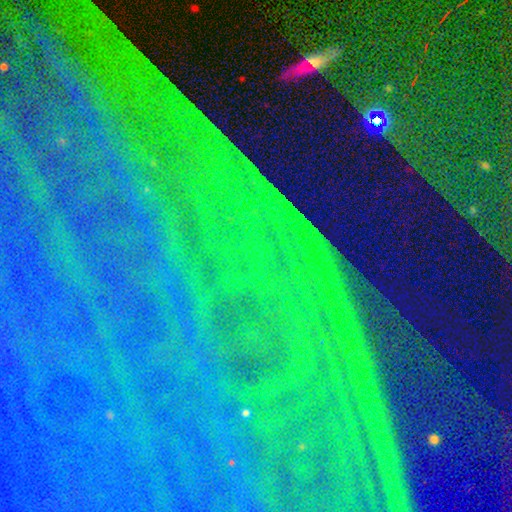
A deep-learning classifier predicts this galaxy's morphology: This is clearly a star or artifact rather than a galaxy (87%).